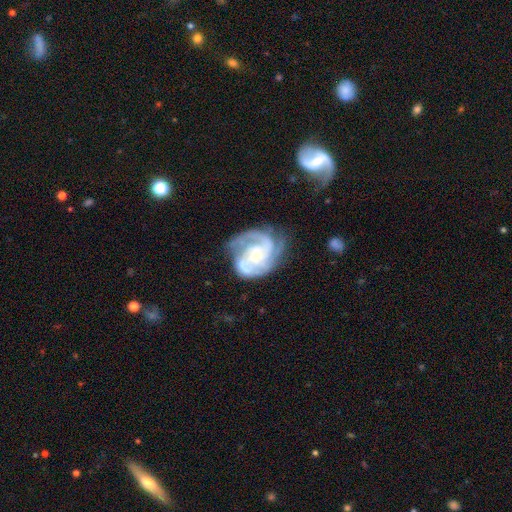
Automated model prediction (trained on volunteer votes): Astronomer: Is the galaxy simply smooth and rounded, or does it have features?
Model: featured or disk — 89%.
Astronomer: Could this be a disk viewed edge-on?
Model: no — 98%.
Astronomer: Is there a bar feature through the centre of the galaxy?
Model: no — 57% (runner-up: weak, 32%).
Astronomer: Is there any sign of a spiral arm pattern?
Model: yes — 97%.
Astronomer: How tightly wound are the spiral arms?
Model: tight — 52% (runner-up: medium, 40%).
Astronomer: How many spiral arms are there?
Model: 3 — 40% (runner-up: 2, 31%).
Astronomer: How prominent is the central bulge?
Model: small — 47% (runner-up: moderate, 32%).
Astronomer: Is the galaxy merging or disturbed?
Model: none — 60%.